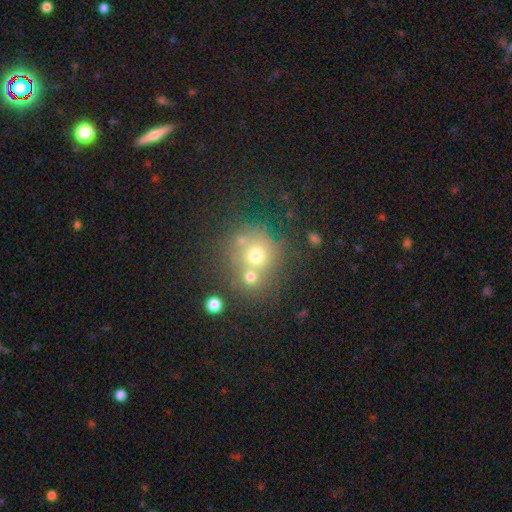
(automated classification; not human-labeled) Overall: smooth (64%). How rounded: round (87%). Merging: none (47%; merger 40%).